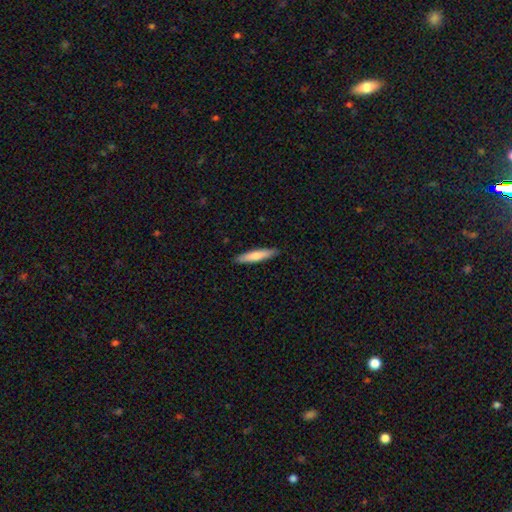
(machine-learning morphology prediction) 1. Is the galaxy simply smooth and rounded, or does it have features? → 76% smooth, 19% featured or disk, 5% star or artifact.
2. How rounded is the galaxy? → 87% cigar-shaped, 11% in between, 1% round.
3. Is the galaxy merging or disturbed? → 90% none, 7% minor disturbance, 1% major disturbance, 1% merger.